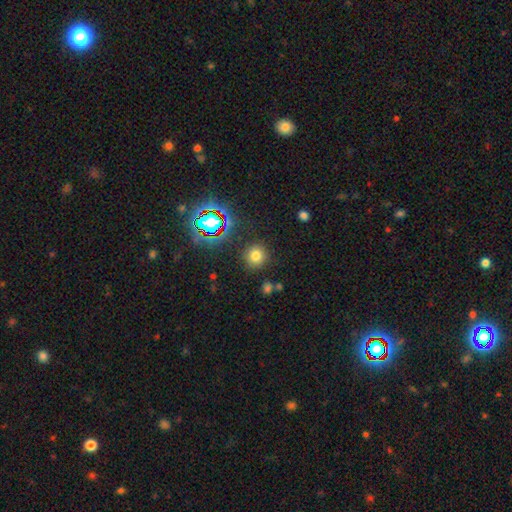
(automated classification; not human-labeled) The model was most divided on "smooth or featured": smooth: 72%, star or artifact: 20%, featured or disk: 7%. More confident: how rounded — round (91%); merging — none (86%).